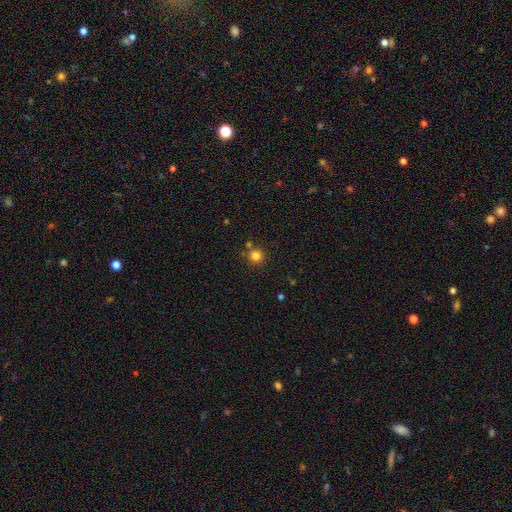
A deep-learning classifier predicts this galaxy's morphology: Overall: smooth (81%). How rounded: round (94%). Merging: none (81%).